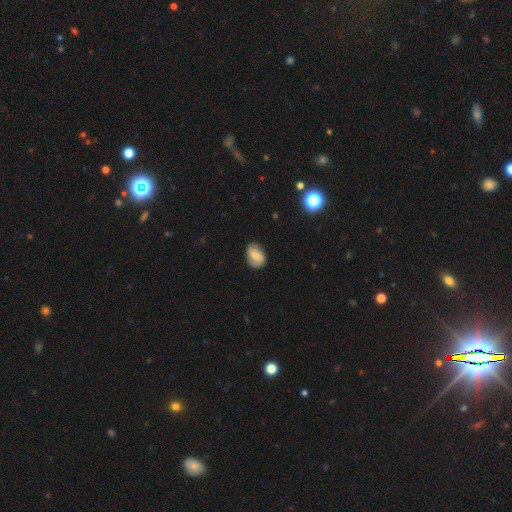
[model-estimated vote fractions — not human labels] smooth_or_featured: smooth (p=0.68) [alt: featured or disk p=0.23]
how_rounded: in between (p=0.80) [alt: round p=0.19]
merging: none (p=0.72) [alt: minor disturbance p=0.22]